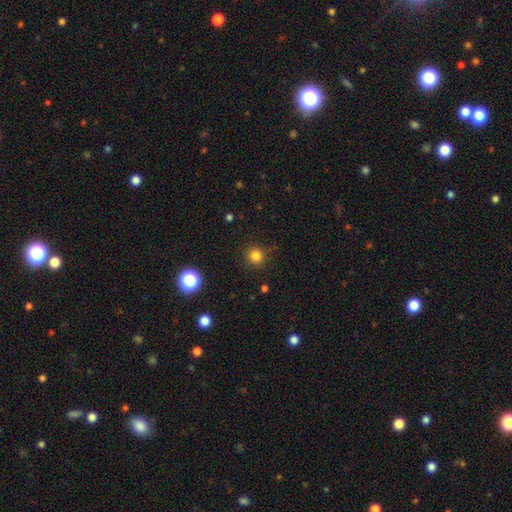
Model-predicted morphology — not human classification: A smooth galaxy with no disk features (82%) that is round (94%).

Vote fractions:
- Smooth or featured? smooth: 82% / star or artifact: 14% / featured or disk: 4%
- How rounded? round: 94% / in between: 5% / cigar-shaped: 1%
- Merging? none: 89% / minor disturbance: 7% / major disturbance: 3% / merger: 1%